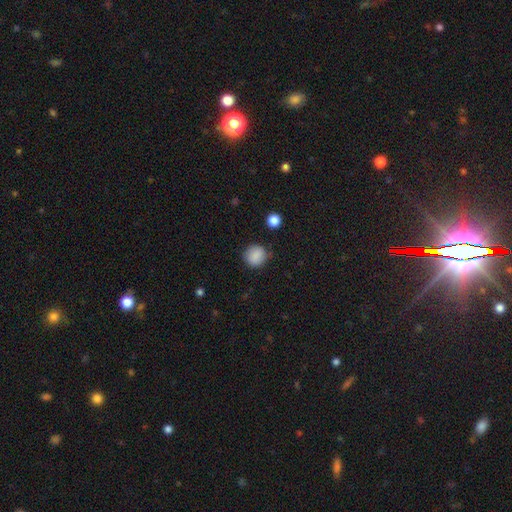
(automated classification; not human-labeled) smooth_or_featured: smooth (p=0.87) [alt: star or artifact p=0.09]
how_rounded: round (p=0.89) [alt: in between p=0.10]
merging: none (p=0.82) [alt: minor disturbance p=0.13]